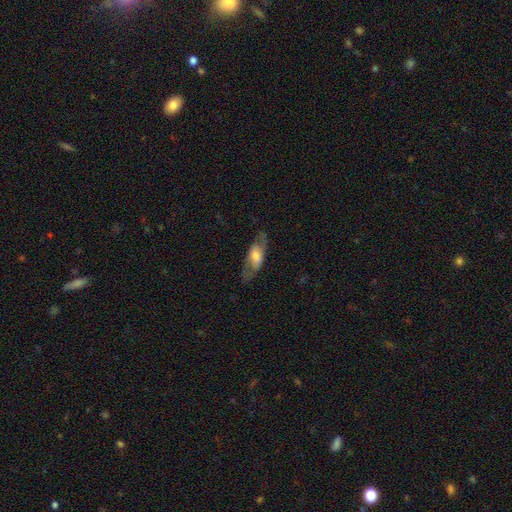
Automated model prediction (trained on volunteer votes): Smooth or featured: featured or disk — 47% (tied with smooth — 47%)
Merging: none — 69% (minor disturbance — 18%)